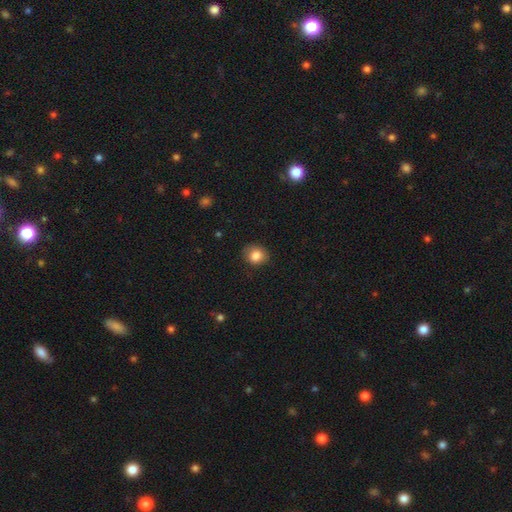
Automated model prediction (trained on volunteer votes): smooth 84%, star or artifact 10%, featured or disk 6%. Down the decision tree: how rounded — round (71%); merging — none (84%).